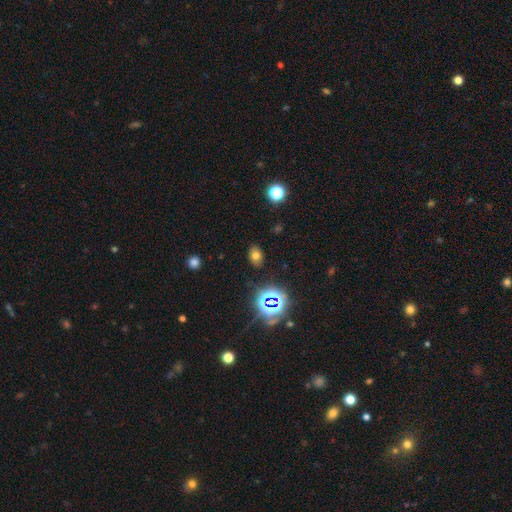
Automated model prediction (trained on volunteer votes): Morphology: type=smooth (66%); roundness=in between (74%); merging=none (86%).